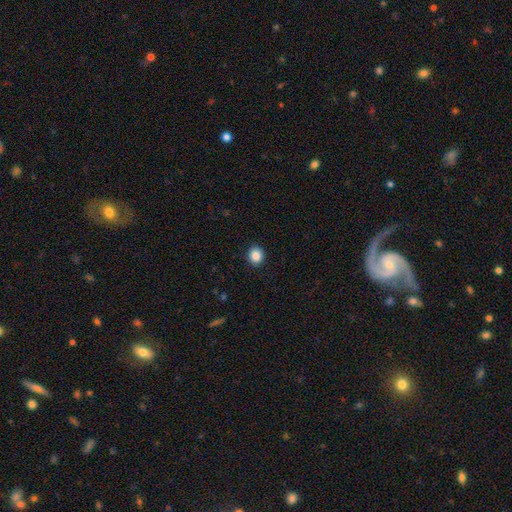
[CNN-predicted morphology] Smooth or featured?
  - smooth: 87% *
  - star or artifact: 9%
  - featured or disk: 4%
How rounded?
  - round: 80% *
  - in between: 19%
  - cigar-shaped: 1%
Merging?
  - none: 92% *
  - minor disturbance: 6%
  - major disturbance: 2%
  - merger: 1%